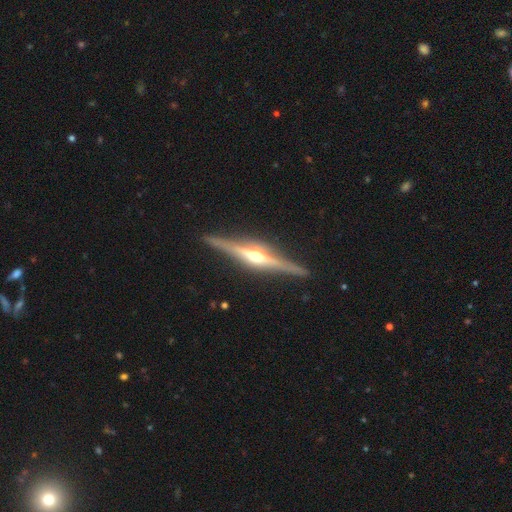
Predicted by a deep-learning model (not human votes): Smooth or featured: featured or disk — 85% (smooth — 10%)
Edge-on disk: yes — 98% (no — 2%)
Edge-on bulge: rounded — 93% (boxy — 5%)
Merging: none — 90% (minor disturbance — 8%)